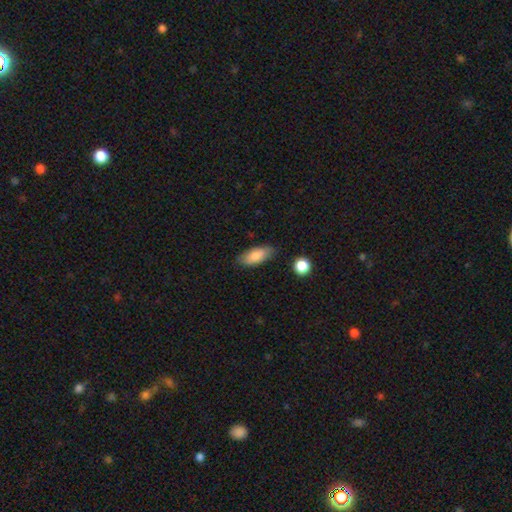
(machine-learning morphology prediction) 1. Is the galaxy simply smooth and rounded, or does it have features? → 84% smooth, 10% featured or disk, 7% star or artifact.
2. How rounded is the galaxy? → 83% in between, 15% cigar-shaped, 2% round.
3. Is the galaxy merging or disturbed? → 82% none, 13% minor disturbance, 3% major disturbance, 2% merger.